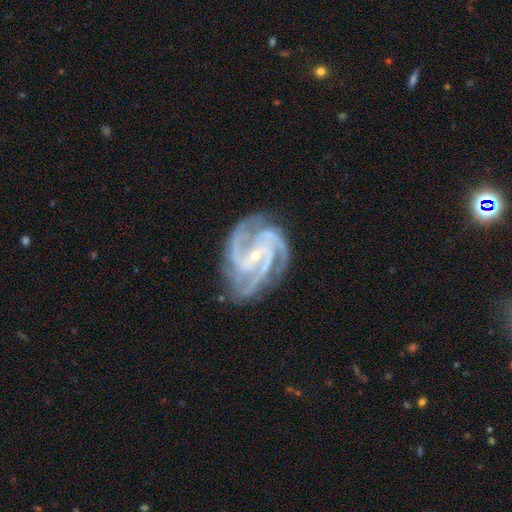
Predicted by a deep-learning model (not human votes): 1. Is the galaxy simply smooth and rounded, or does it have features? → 94% featured or disk, 4% star or artifact, 2% smooth.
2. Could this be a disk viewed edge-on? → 98% no, 2% yes.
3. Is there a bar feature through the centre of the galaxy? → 37% no, 35% weak, 28% strong.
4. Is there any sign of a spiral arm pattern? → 99% yes, 1% no.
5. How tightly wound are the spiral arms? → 49% tight, 46% medium, 6% loose.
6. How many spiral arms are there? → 50% 3, 25% 4, 10% 2, 6% can't tell, 5% more than 4, 5% 1.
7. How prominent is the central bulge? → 80% small, 17% moderate, 1% none, 1% large, 1% dominant.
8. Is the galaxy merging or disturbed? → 75% none, 17% minor disturbance, 6% major disturbance, 1% merger.